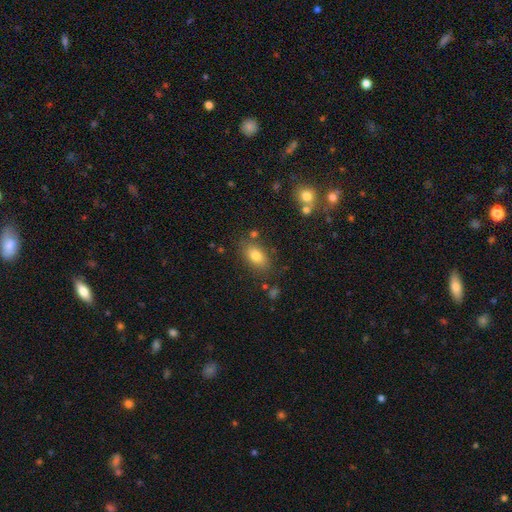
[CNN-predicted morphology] smooth-or-featured: smooth: 79% | featured or disk: 11% | star or artifact: 10%
  how-rounded: in between: 87% | round: 10% | cigar-shaped: 3%
  merging: none: 78% | minor disturbance: 13% | merger: 5% | major disturbance: 4%